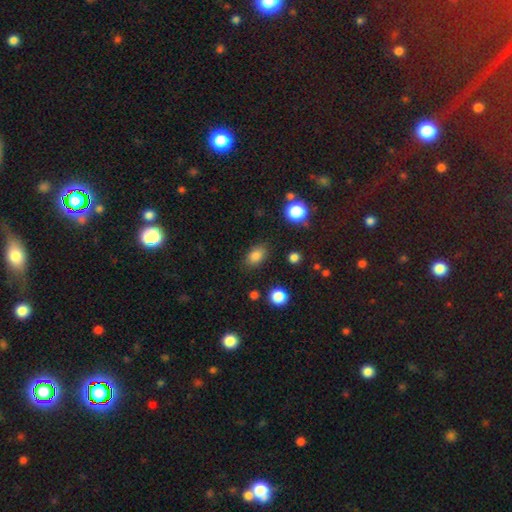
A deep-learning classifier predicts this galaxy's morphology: Smooth or featured? Predicted: smooth (p=0.83). How rounded? Predicted: in between (p=0.81). Merging? Predicted: none (p=0.83).